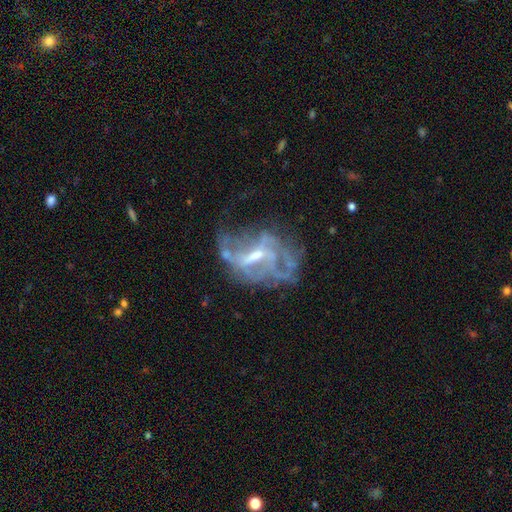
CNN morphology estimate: This appears to be a featured or disk galaxy (80%) with a weak bar (48%), spiral arms (64%) and a moderate central bulge (43%). Merging: none (38%).